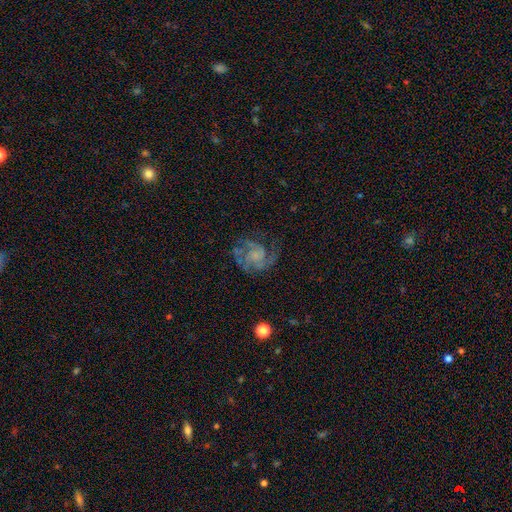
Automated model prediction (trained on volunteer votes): This is likely a featured or disk galaxy (80%). It is clearly not viewed edge-on (98%). Bar: likely no (74%). Spiral arm pattern: clearly yes (93%). Spiral arm count: marginally 3 (33%). Spiral winding: marginally medium (45%). Central bulge: marginally none (44%). Merging: likely none (61%).